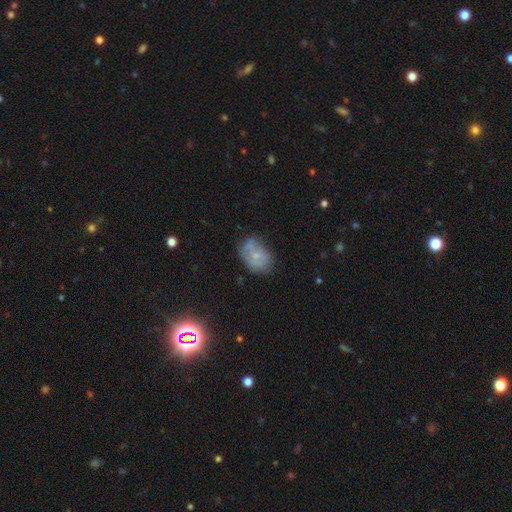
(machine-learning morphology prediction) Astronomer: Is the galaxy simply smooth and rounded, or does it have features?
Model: smooth — 46% (runner-up: featured or disk, 43%).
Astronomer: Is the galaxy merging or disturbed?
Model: none — 53% (runner-up: minor disturbance, 29%).